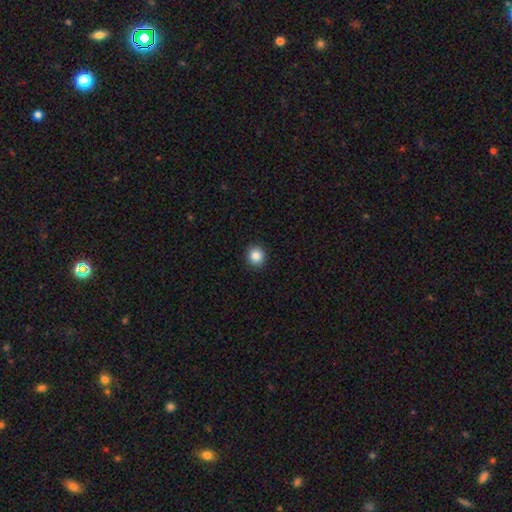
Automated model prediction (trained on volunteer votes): Overall: smooth (86%). How rounded: round (92%). Merging: none (93%).